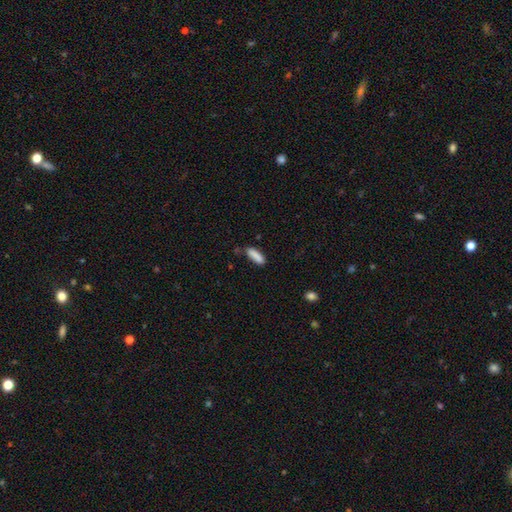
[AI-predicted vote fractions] This appears to be a smooth galaxy with no disk features (88%) that is cigar-shaped (53%). Merging: none (75%).